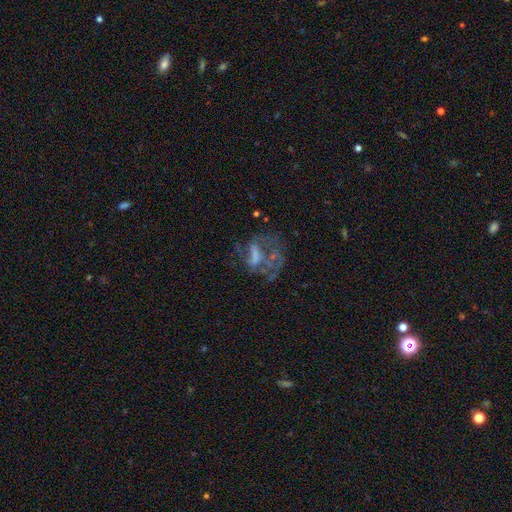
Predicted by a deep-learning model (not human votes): This is possibly a featured or disk galaxy (58%). It is clearly not viewed edge-on (97%). Bar: possibly no (60%). Spiral arm pattern: likely no (70%). Central bulge: possibly none (55%). Merging: possibly major disturbance (46%).